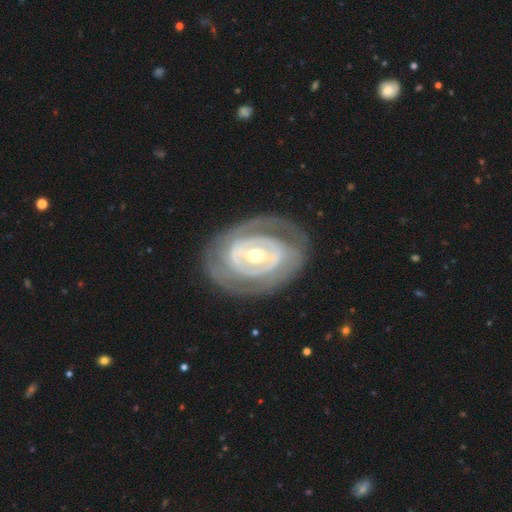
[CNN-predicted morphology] Smooth or featured? featured or disk (81%)
Edge-on disk? no (95%)
Bar? weak (36%, tied with no)
Spiral arms? yes (61%)
Bulge size? moderate (59%)
Merging? none (76%)